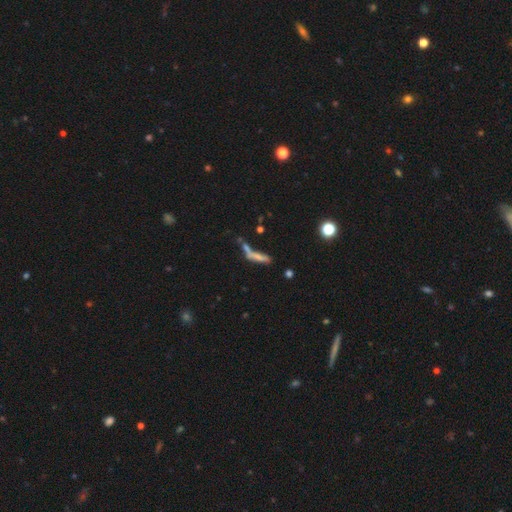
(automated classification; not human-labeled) Smooth or featured? smooth (54%)
How rounded? cigar-shaped (81%)
Merging? none (37%)